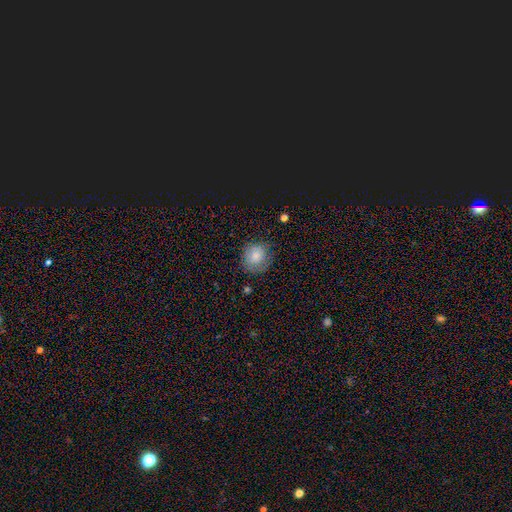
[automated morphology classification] Smooth or featured: smooth — 78% (featured or disk — 13%)
How rounded: round — 83% (in between — 16%)
Merging: none — 71% (minor disturbance — 21%)